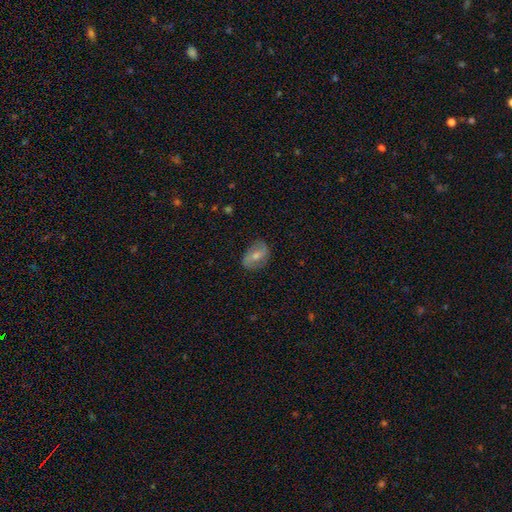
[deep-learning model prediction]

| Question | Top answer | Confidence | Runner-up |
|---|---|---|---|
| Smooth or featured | featured or disk | 55% | smooth (38%) |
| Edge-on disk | no | 95% | yes (5%) |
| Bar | weak | 42% | strong (29%) |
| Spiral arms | yes | 76% | no (24%) |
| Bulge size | moderate | 53% | small (39%) |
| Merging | none | 76% | minor disturbance (18%) |